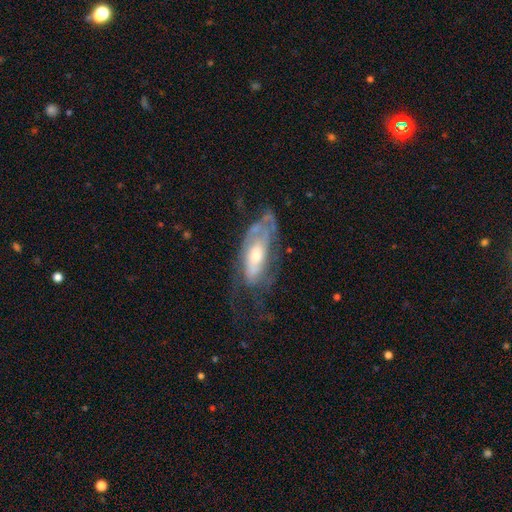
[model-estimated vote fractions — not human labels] The model was most divided on "merging": none: 43%, major disturbance: 30%, minor disturbance: 25%, merger: 3%. More confident: edge-on disk — no (84%); spiral arms — yes (72%); smooth or featured — featured or disk (69%); bar — no (68%); bulge size — moderate (55%).